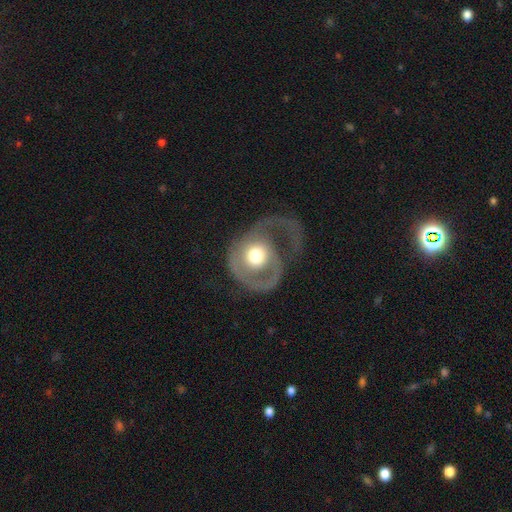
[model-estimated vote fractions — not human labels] Morphology: type=featured or disk (64%); edge-on=no (96%); bar=no (81%); spiral arms=yes (63%); bulge=moderate (59%); merging=major disturbance (56%).